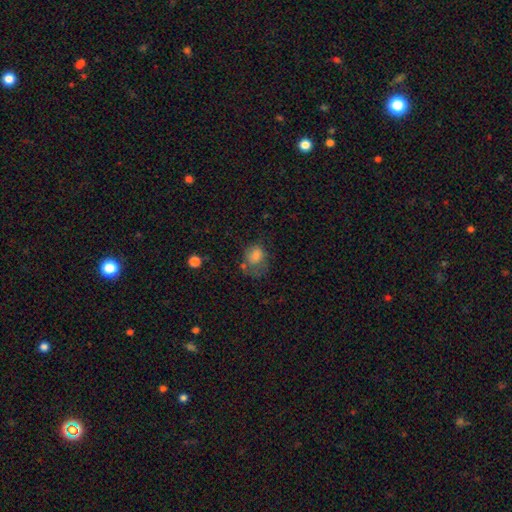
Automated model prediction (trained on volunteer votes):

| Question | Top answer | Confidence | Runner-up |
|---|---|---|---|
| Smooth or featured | smooth | 70% | featured or disk (17%) |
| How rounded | in between | 51% | round (48%) |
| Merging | none | 37% | major disturbance (30%) |